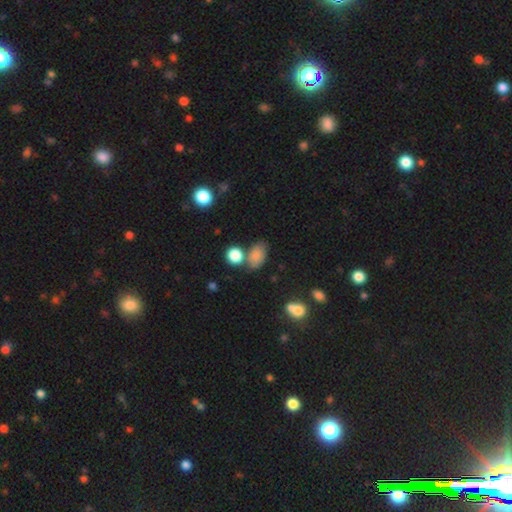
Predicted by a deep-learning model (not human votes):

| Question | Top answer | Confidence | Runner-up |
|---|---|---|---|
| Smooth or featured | smooth | 80% | star or artifact (11%) |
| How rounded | in between | 81% | round (17%) |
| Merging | none | 58% | minor disturbance (19%) |